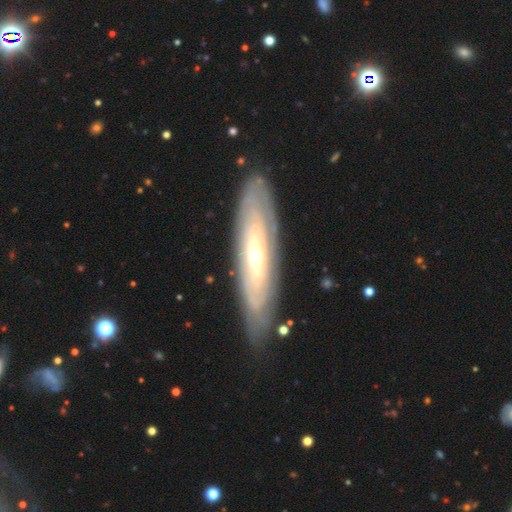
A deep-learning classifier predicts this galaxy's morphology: Overall: featured or disk (77%). Edge-on disk: no (70%). Bar: no (72%). Spiral arms: yes (71%). Bulge size: small (64%; moderate 32%). Merging: none (83%).